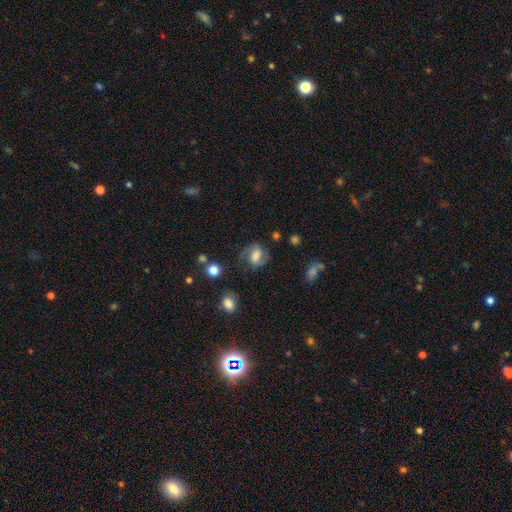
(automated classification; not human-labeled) Smooth or featured? featured or disk (45%, tied with smooth)
Merging? none (65%)